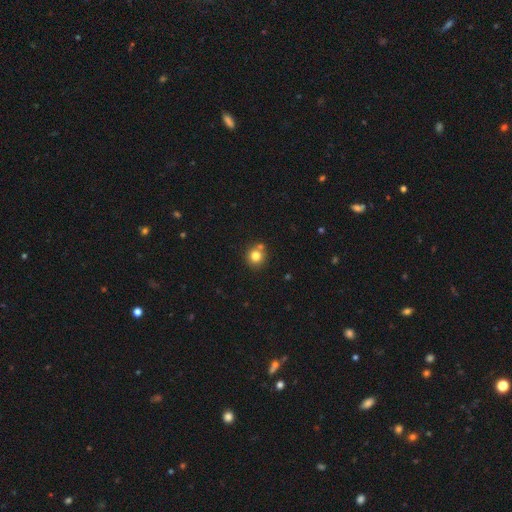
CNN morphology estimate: Smooth or featured? smooth (80%)
How rounded? round (91%)
Merging? none (71%)